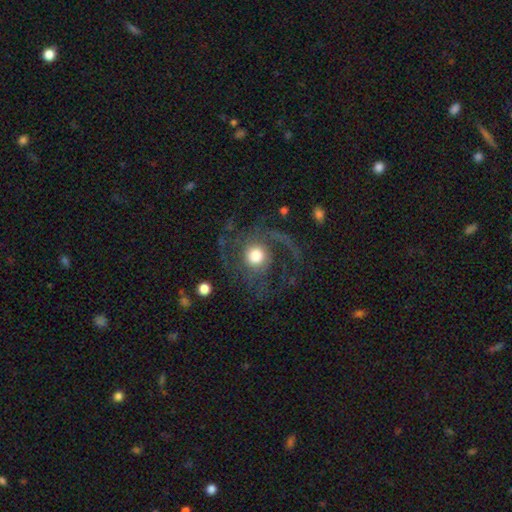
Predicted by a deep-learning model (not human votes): Overall: featured or disk (76%). Edge-on disk: no (97%). Bar: no (77%). Spiral arms: yes (90%). Spiral arm count: 2 (46%; 3 17%). Spiral winding: medium (44%; loose 41%). Bulge size: moderate (49%; large 37%). Merging: none (61%; major disturbance 24%).